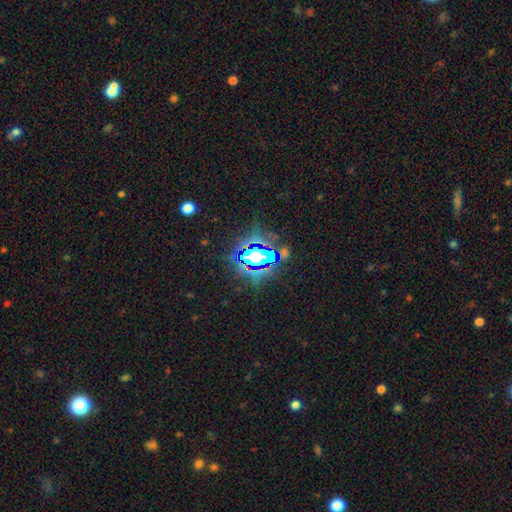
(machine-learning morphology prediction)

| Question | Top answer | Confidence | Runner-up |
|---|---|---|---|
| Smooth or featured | star or artifact | 67% | smooth (20%) |